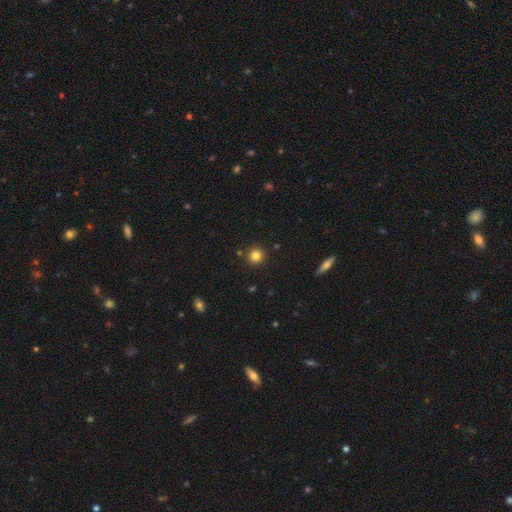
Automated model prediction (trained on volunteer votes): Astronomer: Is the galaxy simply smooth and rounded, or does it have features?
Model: smooth — 81%.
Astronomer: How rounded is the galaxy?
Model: round — 94%.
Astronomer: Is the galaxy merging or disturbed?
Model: none — 89%.